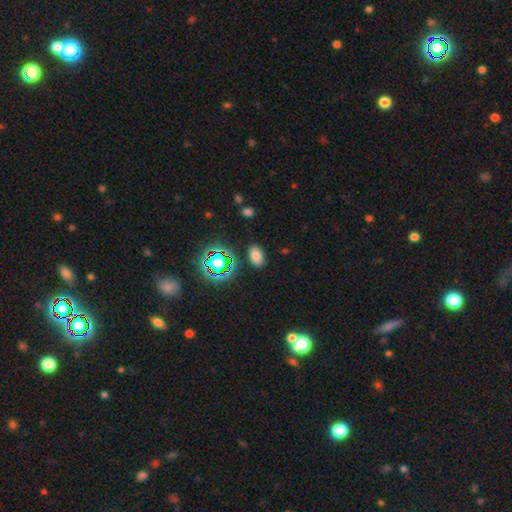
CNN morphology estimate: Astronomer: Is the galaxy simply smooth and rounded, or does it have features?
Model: smooth — 71%.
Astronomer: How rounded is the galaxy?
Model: in between — 87%.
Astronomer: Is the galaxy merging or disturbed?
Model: none — 85%.